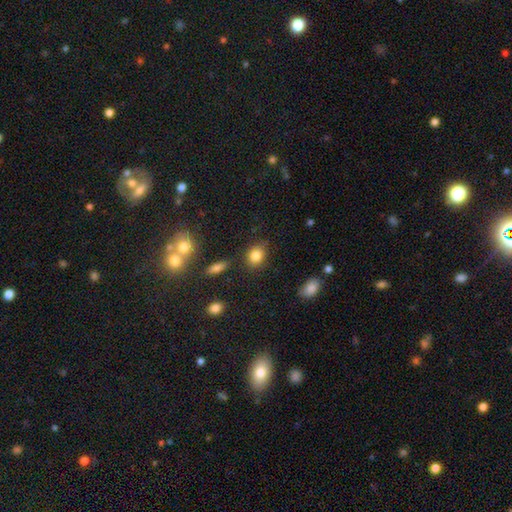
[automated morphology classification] The model was most divided on "how rounded" (2-way tie): round: 49%, in between: 49%, cigar-shaped: 2%. More confident: smooth or featured — smooth (83%); merging — none (78%).